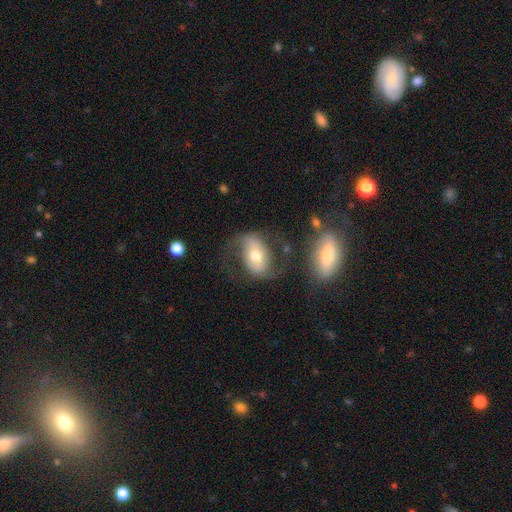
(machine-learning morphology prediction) Smooth or featured? Predicted: featured or disk (p=0.56). Edge-on disk? Predicted: no (p=0.94). Bar? Predicted: no (p=0.36). Spiral arms? Predicted: yes (p=0.74). Bulge size? Predicted: moderate (p=0.71). Merging? Predicted: none (p=0.56).